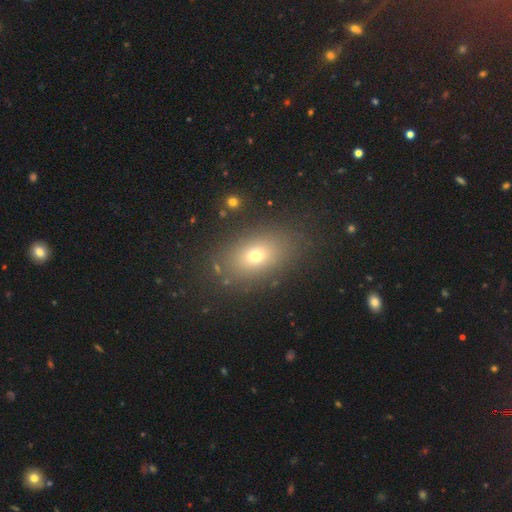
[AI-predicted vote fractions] The model was most divided on "smooth or featured": smooth: 70%, star or artifact: 16%, featured or disk: 14%. More confident: merging — none (84%); how rounded — in between (78%).